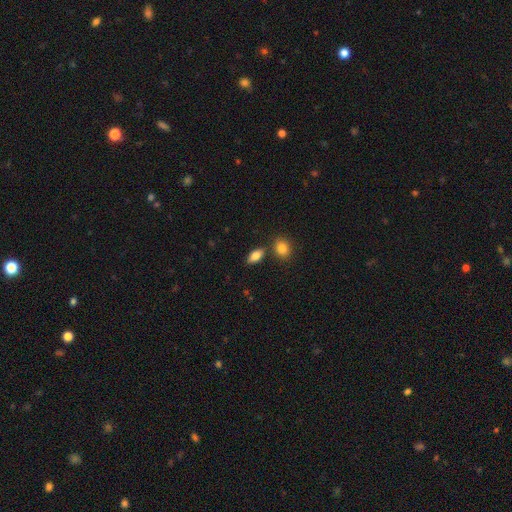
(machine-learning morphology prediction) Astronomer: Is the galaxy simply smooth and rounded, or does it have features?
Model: smooth — 82%.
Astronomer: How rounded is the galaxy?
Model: in between — 88%.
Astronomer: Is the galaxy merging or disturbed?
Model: none — 75%.